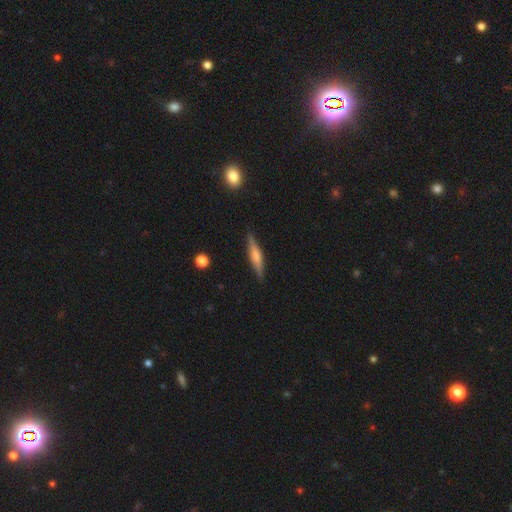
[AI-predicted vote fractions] smooth_or_featured: featured or disk (p=0.51) [alt: smooth p=0.43]
disk_edge_on: yes (p=0.95) [alt: no p=0.05]
merging: none (p=0.87) [alt: minor disturbance p=0.10]